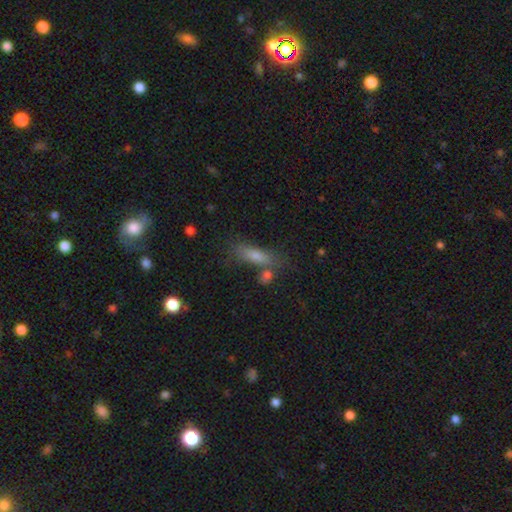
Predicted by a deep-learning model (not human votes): This is likely a smooth galaxy (67%). How rounded: possibly cigar-shaped (55%). Merging: likely none (64%).